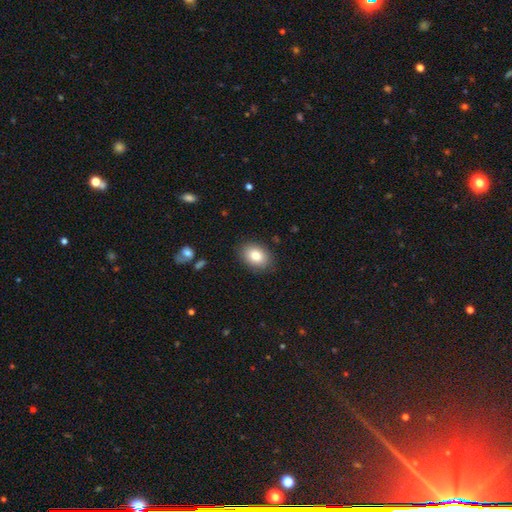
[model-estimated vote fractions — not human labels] smooth 83%, featured or disk 9%, star or artifact 8%. Down the decision tree: how rounded — in between (77%); merging — none (86%).